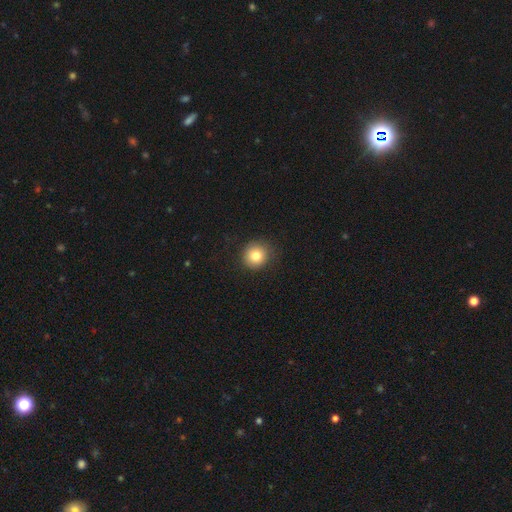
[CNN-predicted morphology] Smooth or featured: smooth — 80% (star or artifact — 11%)
How rounded: round — 90% (in between — 9%)
Merging: none — 88% (minor disturbance — 8%)